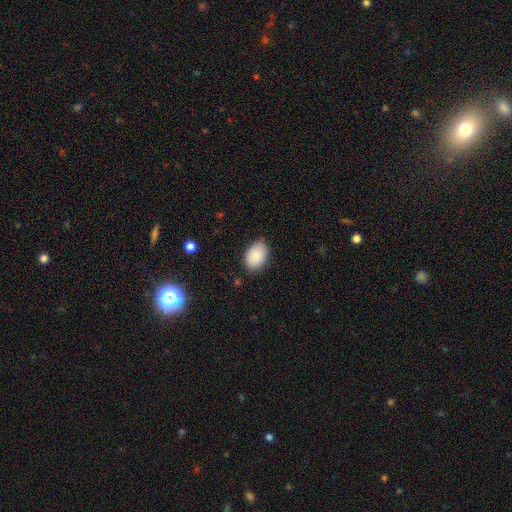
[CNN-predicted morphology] The model was most divided on "merging": none: 81%, minor disturbance: 15%, major disturbance: 3%, merger: 1%. More confident: smooth or featured — smooth (87%); how rounded — in between (83%).